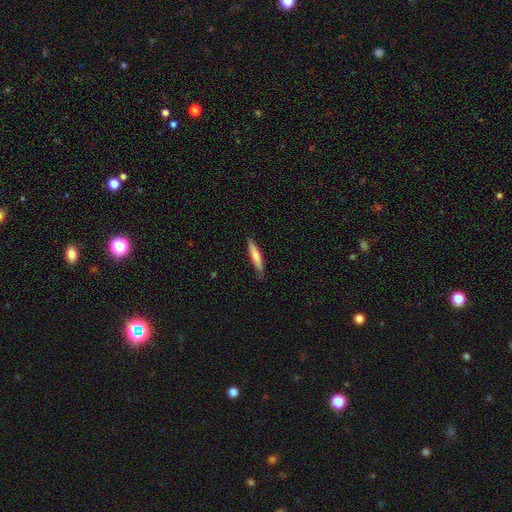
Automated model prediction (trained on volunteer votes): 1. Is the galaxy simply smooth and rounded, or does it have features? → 71% smooth, 24% featured or disk, 5% star or artifact.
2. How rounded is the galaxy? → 88% cigar-shaped, 10% in between, 1% round.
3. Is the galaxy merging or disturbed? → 83% none, 14% minor disturbance, 2% major disturbance, 1% merger.